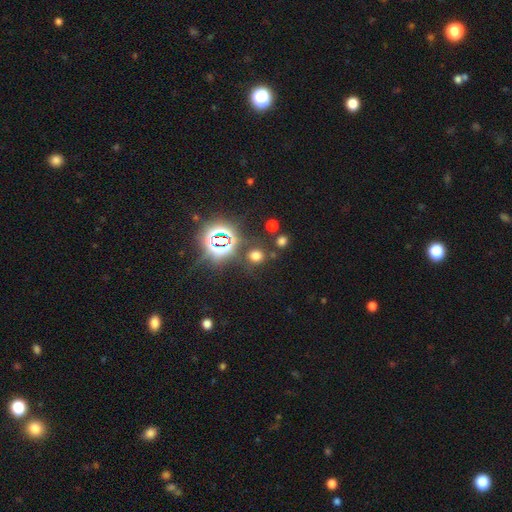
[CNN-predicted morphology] Smooth or featured? Predicted: smooth (p=0.57). How rounded? Predicted: round (p=0.83). Merging? Predicted: none (p=0.82).